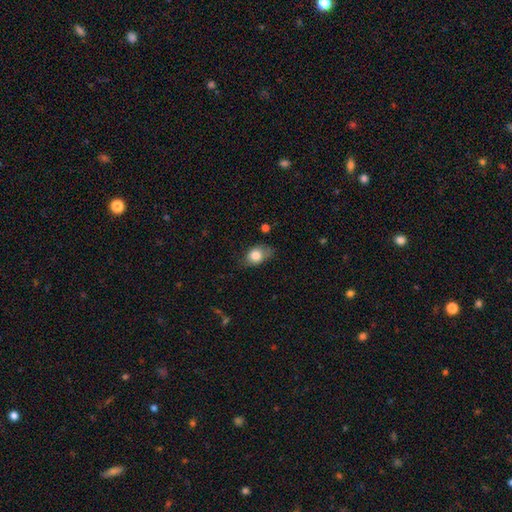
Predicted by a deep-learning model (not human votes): Smooth or featured: smooth — 79% (featured or disk — 12%)
How rounded: in between — 71% (round — 27%)
Merging: none — 59% (minor disturbance — 31%)